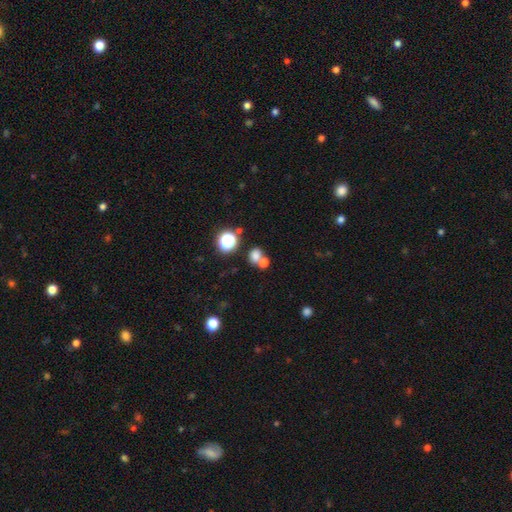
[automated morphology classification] Overall: smooth (72%). How rounded: round (62%; in between 36%). Merging: none (48%; merger 40%).